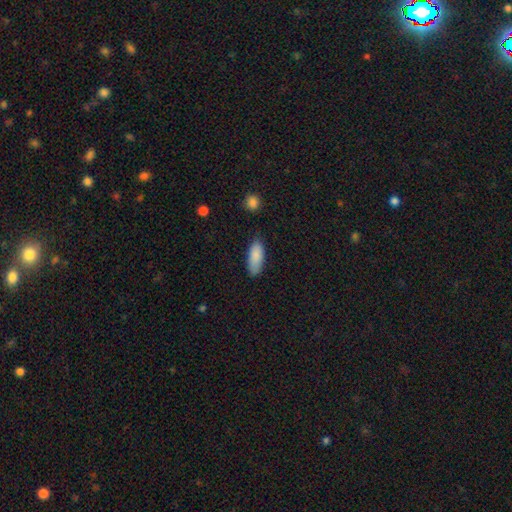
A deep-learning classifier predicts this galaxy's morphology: type=smooth (87%); roundness=in between (80%); merging=none (79%).